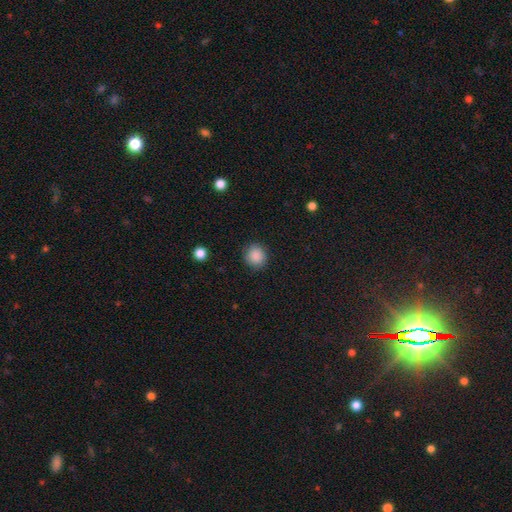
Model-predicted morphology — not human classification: smooth-or-featured: smooth: 88% | star or artifact: 8% | featured or disk: 4%
  how-rounded: round: 89% | in between: 10% | cigar-shaped: 1%
  merging: none: 87% | minor disturbance: 10% | major disturbance: 3% | merger: 1%